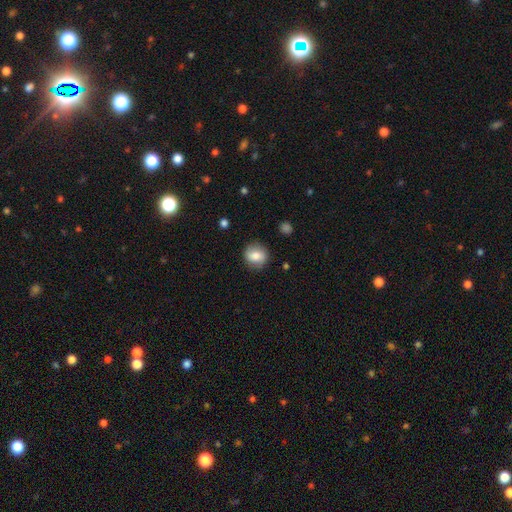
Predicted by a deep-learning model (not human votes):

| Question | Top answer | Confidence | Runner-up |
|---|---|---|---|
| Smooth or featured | smooth | 74% | featured or disk (18%) |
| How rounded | round | 83% | in between (16%) |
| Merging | none | 83% | minor disturbance (12%) |